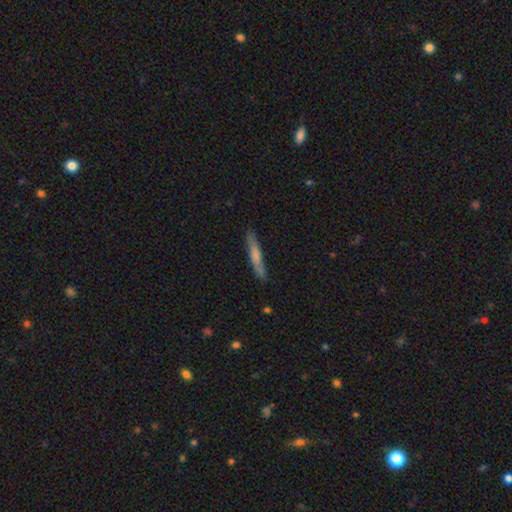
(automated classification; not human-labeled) Smooth or featured: smooth — 63% (featured or disk — 32%)
How rounded: cigar-shaped — 94% (in between — 5%)
Merging: none — 82% (minor disturbance — 14%)